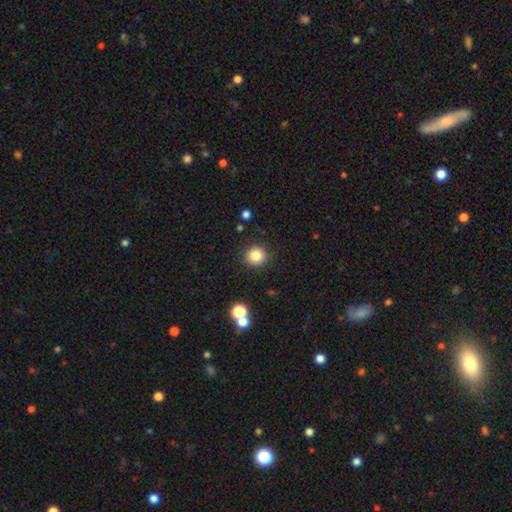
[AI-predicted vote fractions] A smooth galaxy with no disk features (83%) that is round (94%). Merging: none (90%).